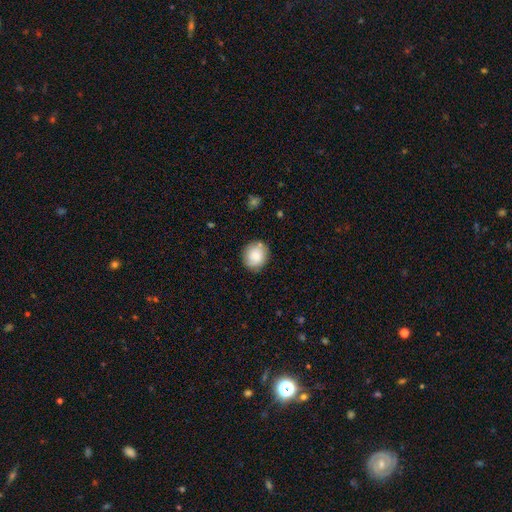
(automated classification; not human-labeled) A smooth galaxy with no disk features (78%) that is round (78%).

Vote fractions:
- Smooth or featured? smooth: 78% / featured or disk: 14% / star or artifact: 8%
- How rounded? round: 78% / in between: 21% / cigar-shaped: 1%
- Merging? none: 80% / minor disturbance: 14% / major disturbance: 3% / merger: 3%